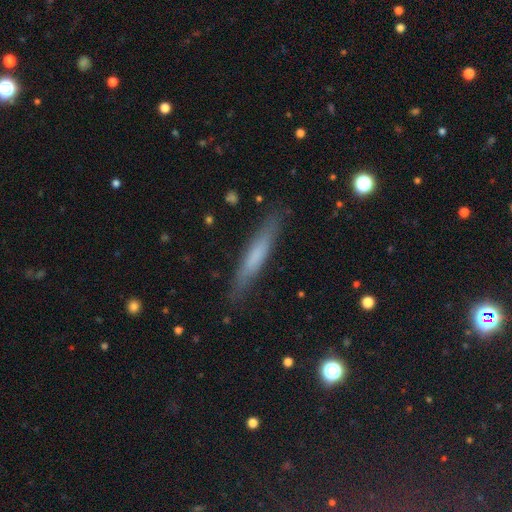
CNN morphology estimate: The model was most divided on "smooth or featured": smooth: 63%, featured or disk: 31%, star or artifact: 7%. More confident: how rounded — cigar-shaped (92%); merging — none (86%).